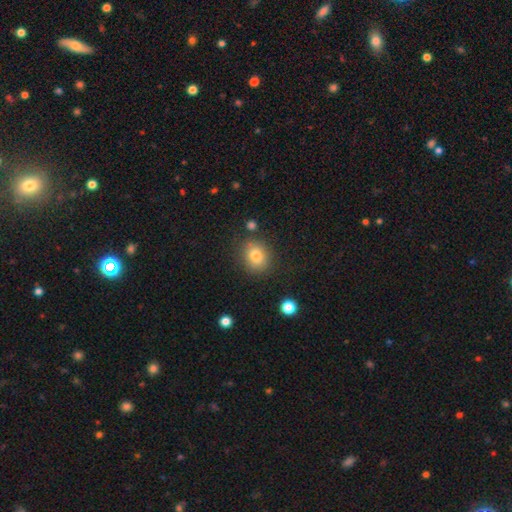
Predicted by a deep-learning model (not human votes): Q: Smooth or featured?
A: smooth (79%); runner-up: star or artifact (11%)
Q: How rounded?
A: round (60%); runner-up: in between (39%)
Q: Merging?
A: none (80%); runner-up: minor disturbance (12%)